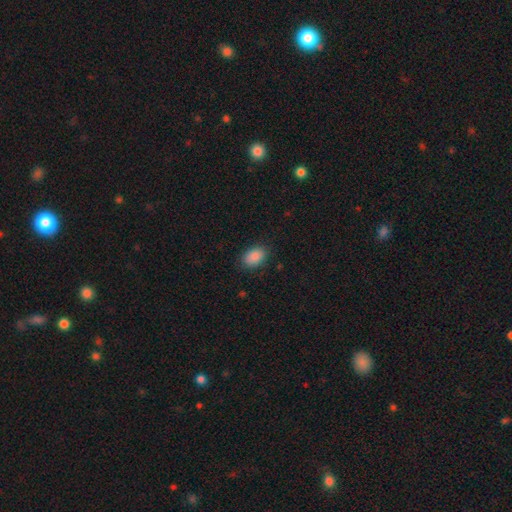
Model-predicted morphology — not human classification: Q: Smooth or featured?
A: smooth (88%); runner-up: star or artifact (8%)
Q: How rounded?
A: in between (83%); runner-up: round (15%)
Q: Merging?
A: none (85%); runner-up: minor disturbance (11%)